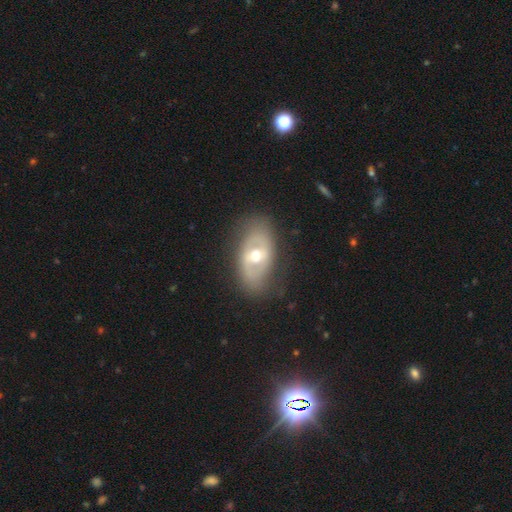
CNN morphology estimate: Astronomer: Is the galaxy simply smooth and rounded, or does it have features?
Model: featured or disk — 65%.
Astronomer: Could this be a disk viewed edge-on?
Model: no — 92%.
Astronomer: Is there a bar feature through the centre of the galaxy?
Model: no — 46% (runner-up: weak, 37%).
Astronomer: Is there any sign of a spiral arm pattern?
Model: no — 50%, tied with yes at 50%.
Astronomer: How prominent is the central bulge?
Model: moderate — 74%.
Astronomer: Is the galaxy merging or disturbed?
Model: none — 78%.